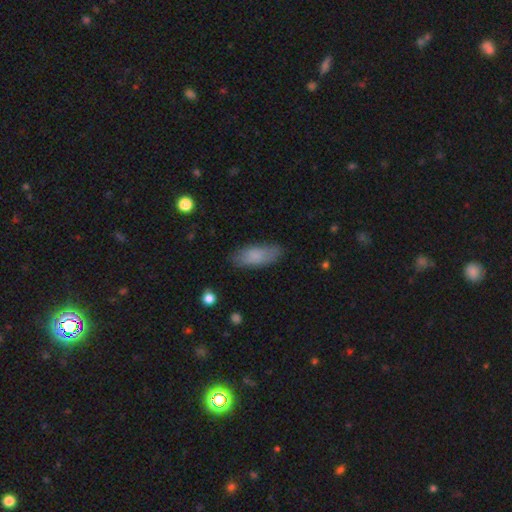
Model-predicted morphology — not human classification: Smooth or featured? Predicted: smooth (p=0.81). How rounded? Predicted: in between (p=0.78). Merging? Predicted: none (p=0.79).